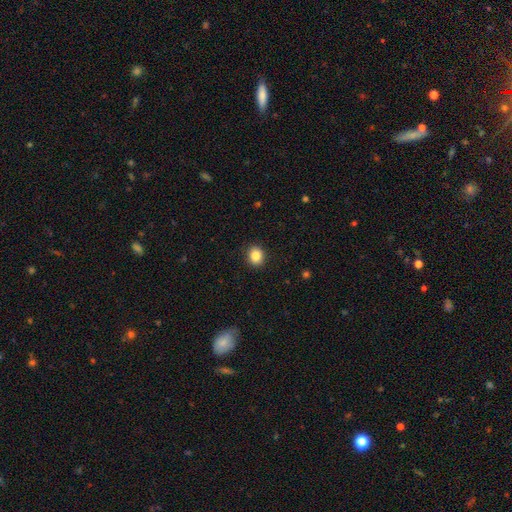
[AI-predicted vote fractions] Smooth or featured? Predicted: smooth (p=0.85). How rounded? Predicted: round (p=0.67). Merging? Predicted: none (p=0.91).